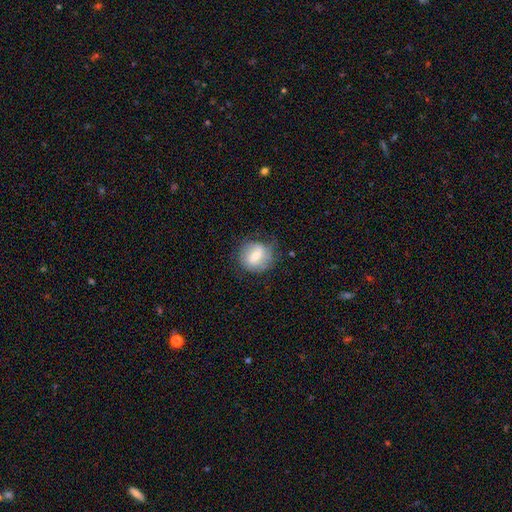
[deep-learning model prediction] Overall: smooth (56%; featured or disk 36%). How rounded: round (82%). Merging: none (69%).